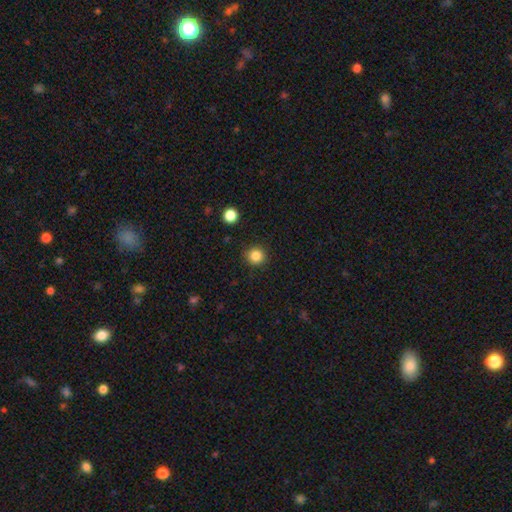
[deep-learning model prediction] smooth-or-featured: smooth: 85% | star or artifact: 11% | featured or disk: 4%
  how-rounded: round: 94% | in between: 5% | cigar-shaped: 1%
  merging: none: 91% | minor disturbance: 6% | major disturbance: 2% | merger: 1%